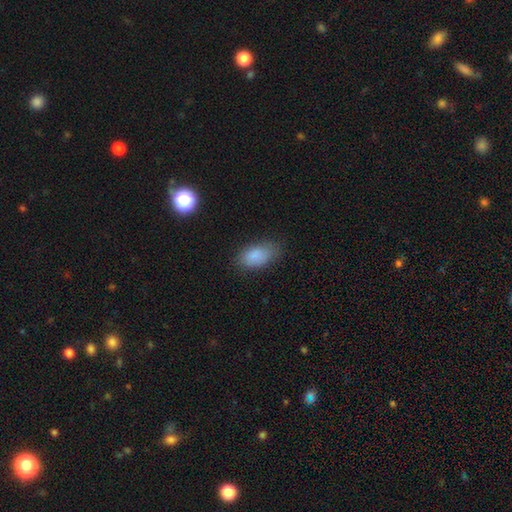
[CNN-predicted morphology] The model was most divided on "merging": none: 75%, minor disturbance: 18%, major disturbance: 5%, merger: 1%. More confident: how rounded — in between (92%); smooth or featured — smooth (86%).